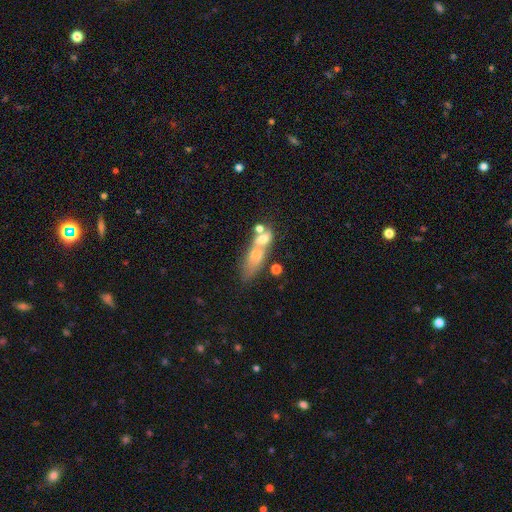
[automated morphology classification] Overall: smooth (53%; featured or disk 36%). How rounded: in between (57%; cigar-shaped 34%). Merging: merger (51%; none 22%).